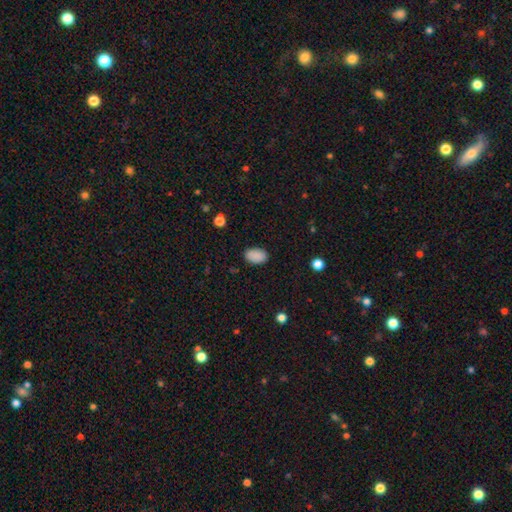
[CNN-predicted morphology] smooth-or-featured: smooth: 89% | star or artifact: 8% | featured or disk: 3%
  how-rounded: in between: 92% | round: 7% | cigar-shaped: 1%
  merging: none: 88% | minor disturbance: 9% | major disturbance: 2% | merger: 1%